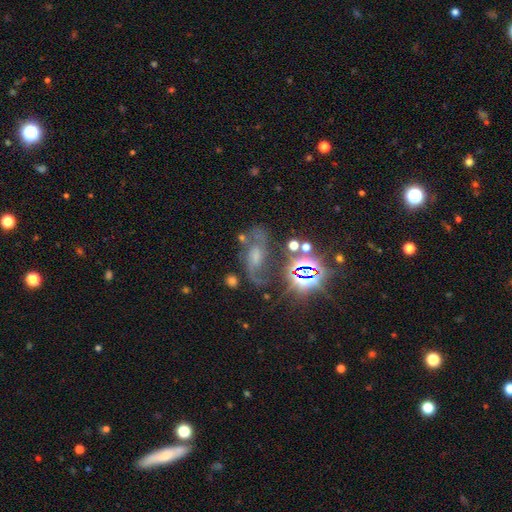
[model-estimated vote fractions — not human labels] Smooth or featured: featured or disk — 59% (star or artifact — 23%)
Edge-on disk: no — 95% (yes — 5%)
Bar: weak — 41% (no — 40%)
Spiral arms: yes — 89% (no — 11%)
Bulge size: moderate — 33% (small — 29%)
Merging: none — 48% (major disturbance — 21%)